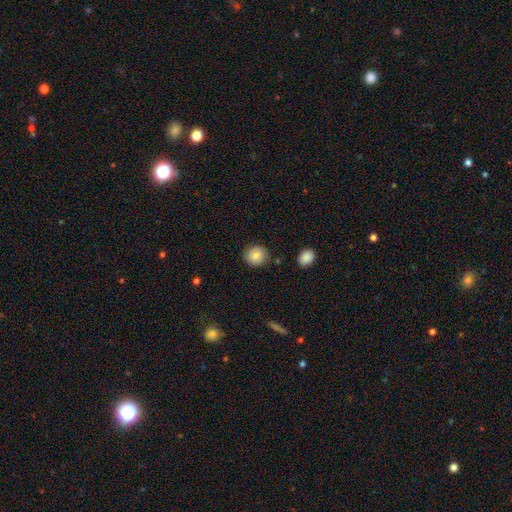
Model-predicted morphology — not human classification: type=smooth (80%); roundness=round (88%); merging=none (82%).